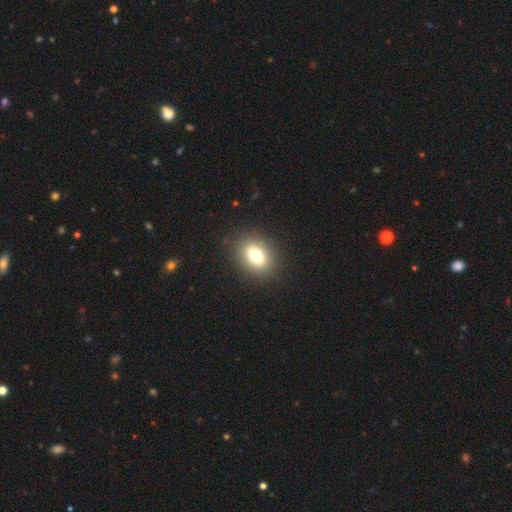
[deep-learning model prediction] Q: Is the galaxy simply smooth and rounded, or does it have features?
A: smooth — 73%.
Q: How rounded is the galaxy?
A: in between — 70%.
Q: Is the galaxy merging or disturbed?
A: none — 88%.